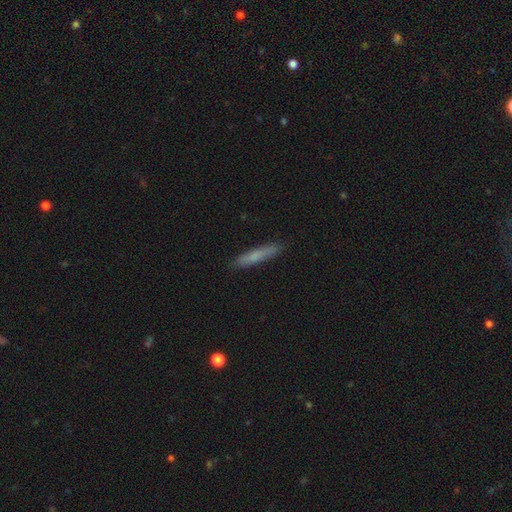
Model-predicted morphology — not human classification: A smooth galaxy with no disk features (72%) that is cigar-shaped (92%). Merging: none (88%).